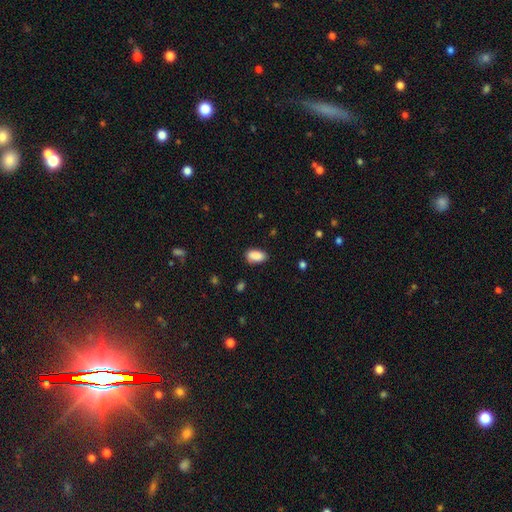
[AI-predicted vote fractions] A smooth galaxy with no disk features (89%) that is in between round and cigar-shaped (93%).

Vote fractions:
- Smooth or featured? smooth: 89% / star or artifact: 7% / featured or disk: 4%
- How rounded? in between: 93% / round: 4% / cigar-shaped: 3%
- Merging? none: 81% / minor disturbance: 15% / major disturbance: 3% / merger: 1%